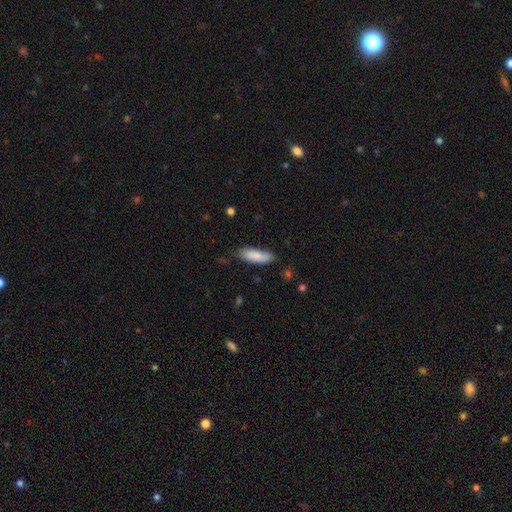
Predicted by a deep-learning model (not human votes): A smooth galaxy with no disk features (81%) that is in between round and cigar-shaped (59%).

Vote fractions:
- Smooth or featured? smooth: 81% / featured or disk: 13% / star or artifact: 6%
- How rounded? in between: 59% / cigar-shaped: 40% / round: 2%
- Merging? none: 71% / minor disturbance: 22% / major disturbance: 4% / merger: 3%